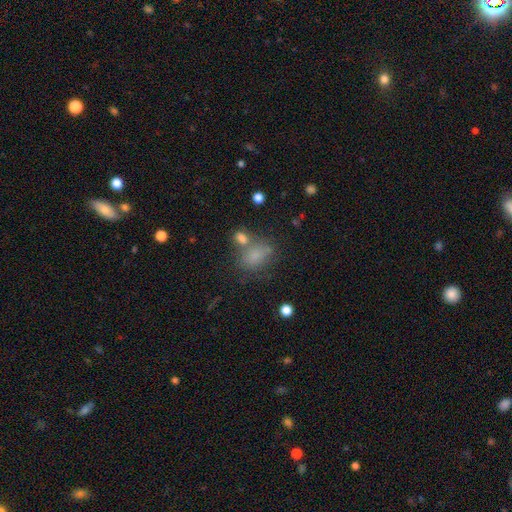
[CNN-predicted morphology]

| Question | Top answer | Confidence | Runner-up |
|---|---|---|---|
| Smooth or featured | smooth | 74% | star or artifact (15%) |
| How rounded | in between | 73% | round (25%) |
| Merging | none | 50% | merger (24%) |